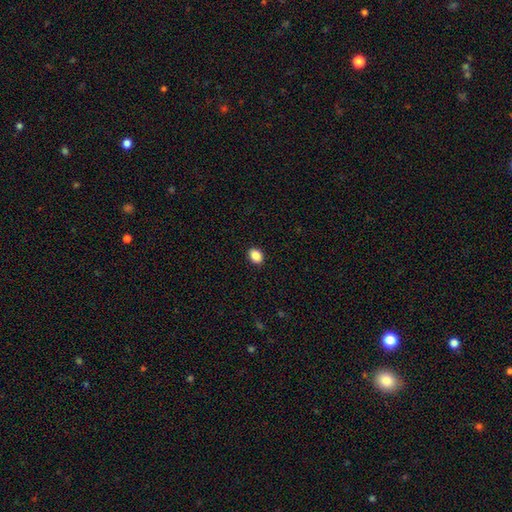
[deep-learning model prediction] Overall: smooth (88%). How rounded: in between (66%; round 33%). Merging: none (91%).